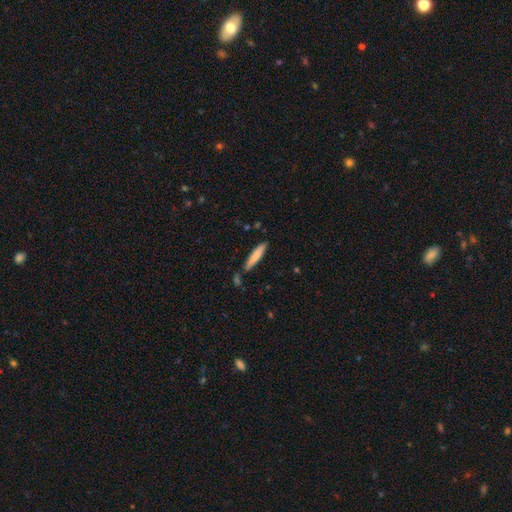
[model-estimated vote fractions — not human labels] Smooth or featured? smooth (78%)
How rounded? cigar-shaped (89%)
Merging? none (79%)